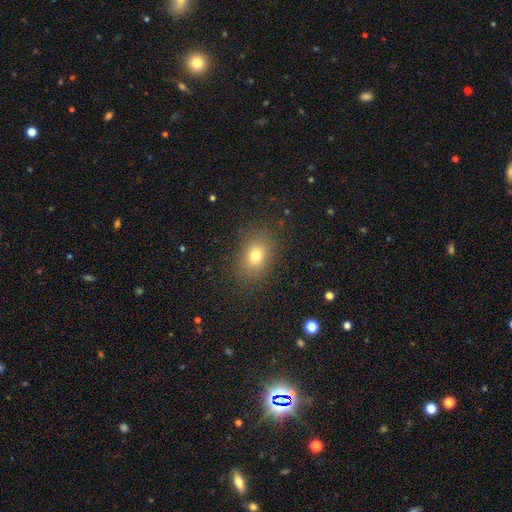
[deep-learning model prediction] A smooth galaxy with no disk features (75%) that is in between round and cigar-shaped (64%). Merging: none (86%).